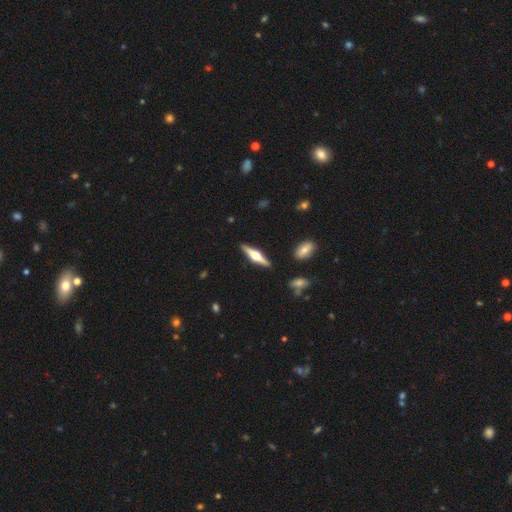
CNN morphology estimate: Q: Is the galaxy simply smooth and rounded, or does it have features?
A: featured or disk — 72%.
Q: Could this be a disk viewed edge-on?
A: yes — 97%.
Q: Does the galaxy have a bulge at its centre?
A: rounded — 94%.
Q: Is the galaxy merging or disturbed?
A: none — 89%.